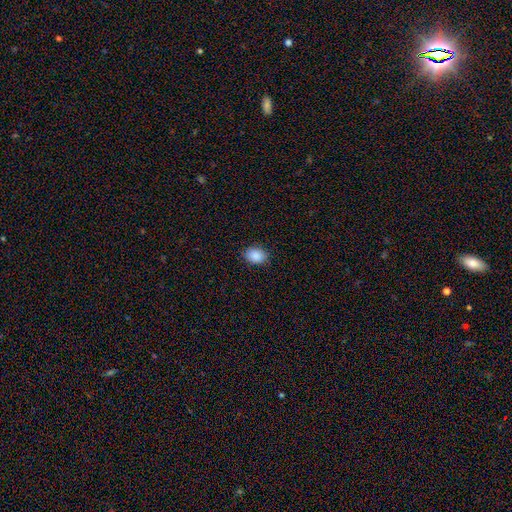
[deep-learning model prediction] This is clearly a smooth galaxy (88%). How rounded: likely in between (60%). Merging: clearly none (87%).